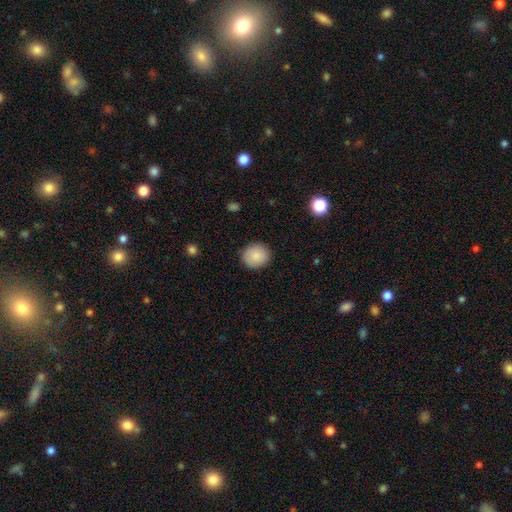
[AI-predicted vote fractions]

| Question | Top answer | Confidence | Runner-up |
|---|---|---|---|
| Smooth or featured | smooth | 88% | star or artifact (7%) |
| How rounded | round | 85% | in between (14%) |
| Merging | none | 89% | minor disturbance (7%) |